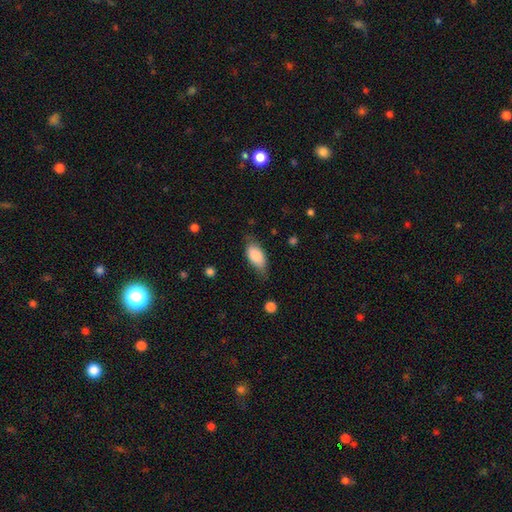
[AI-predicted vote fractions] This appears to be a smooth galaxy with no disk features (82%) that is in between round and cigar-shaped (89%). Merging: none (60%).